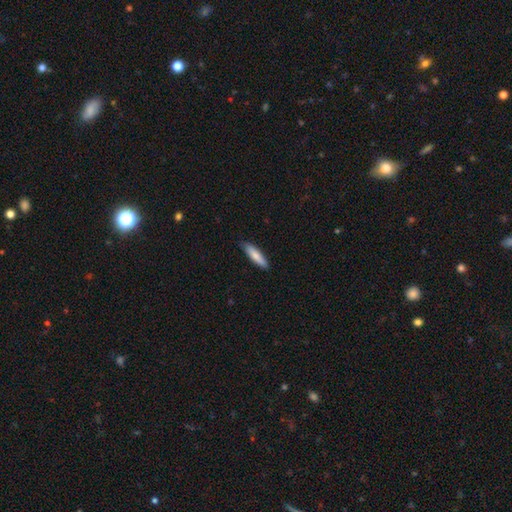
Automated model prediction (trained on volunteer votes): A smooth galaxy with no disk features (80%) that is cigar-shaped (75%). Merging: none (86%).